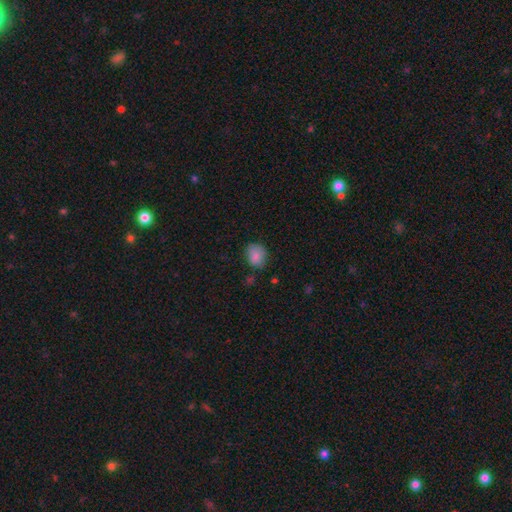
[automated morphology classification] type=smooth (83%); roundness=in between (54%); merging=none (62%).